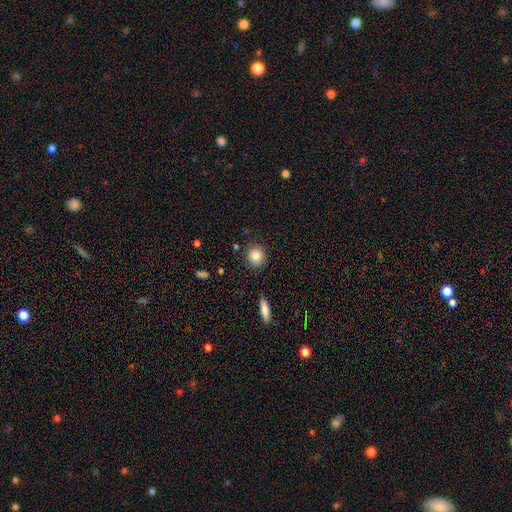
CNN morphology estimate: smooth 86%, star or artifact 8%, featured or disk 5%. Down the decision tree: how rounded — round (79%); merging — none (85%).